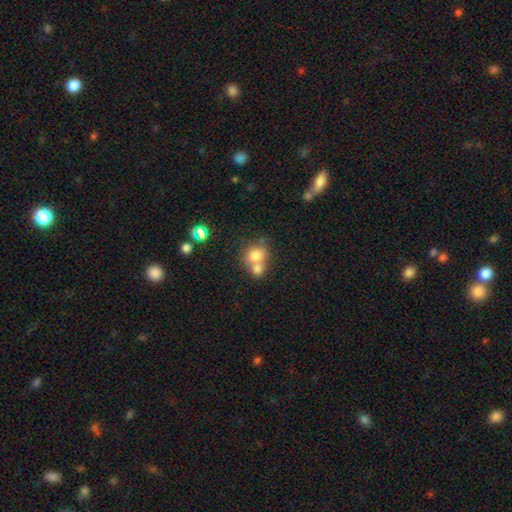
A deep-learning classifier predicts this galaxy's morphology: Smooth or featured? Predicted: smooth (p=0.76). How rounded? Predicted: round (p=0.66). Merging? Predicted: merger (p=0.53).